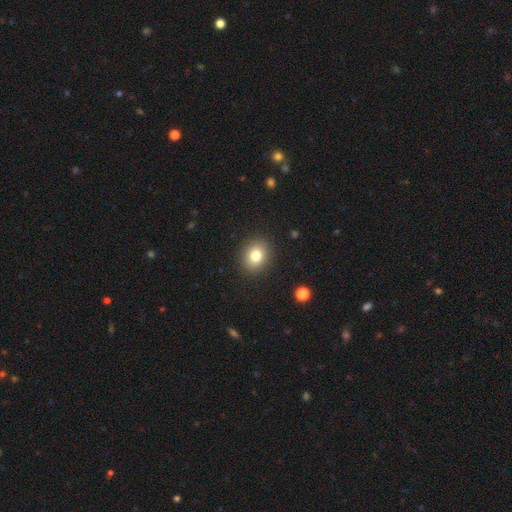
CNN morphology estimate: smooth_or_featured: smooth (p=0.81) [alt: star or artifact p=0.11]
how_rounded: round (p=0.63) [alt: in between p=0.36]
merging: none (p=0.89) [alt: minor disturbance p=0.07]